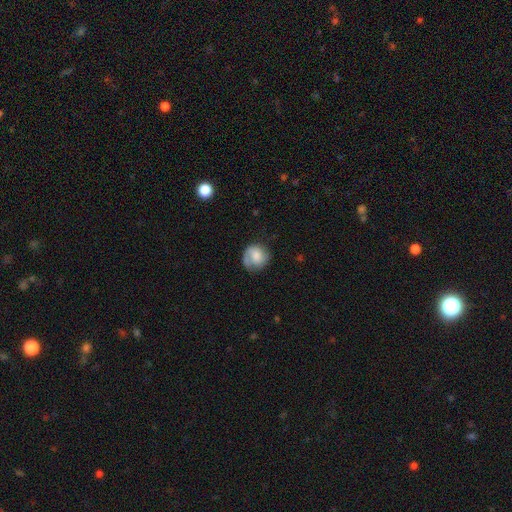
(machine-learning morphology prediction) This is possibly a smooth galaxy (58%). How rounded: clearly round (83%). Merging: likely none (63%).